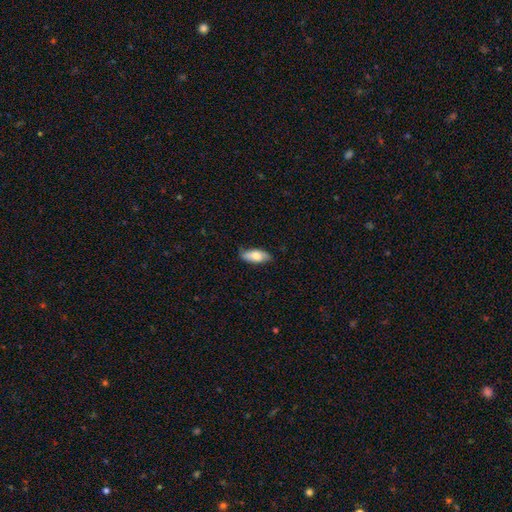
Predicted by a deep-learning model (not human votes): This is likely a smooth galaxy (75%). How rounded: clearly in between (82%). Merging: likely none (79%).